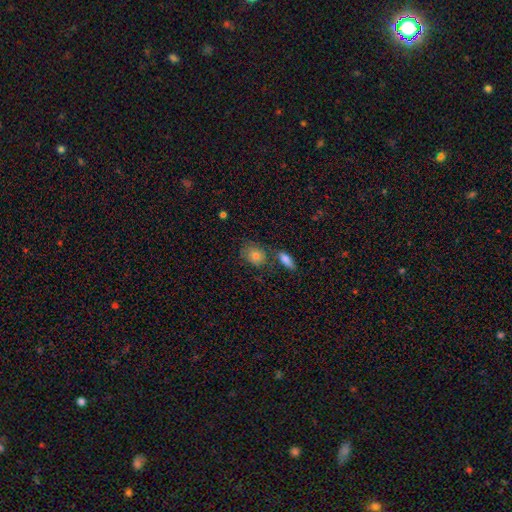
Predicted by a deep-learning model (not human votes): This is likely a smooth galaxy (75%). How rounded: possibly in between (49%). Merging: likely none (63%).